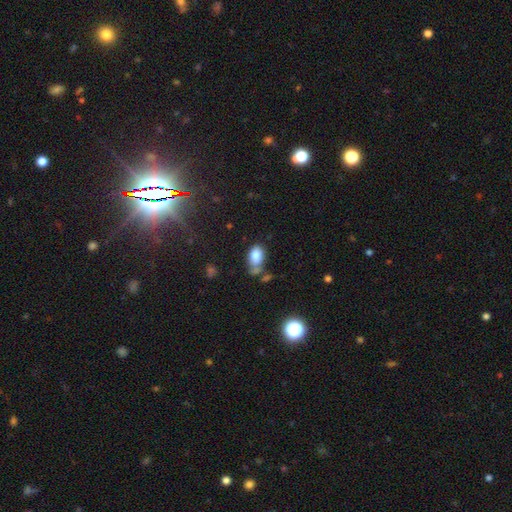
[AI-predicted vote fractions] smooth-or-featured: smooth: 81% | featured or disk: 10% | star or artifact: 9%
  how-rounded: in between: 88% | round: 10% | cigar-shaped: 2%
  merging: none: 43% | minor disturbance: 25% | merger: 21% | major disturbance: 10%